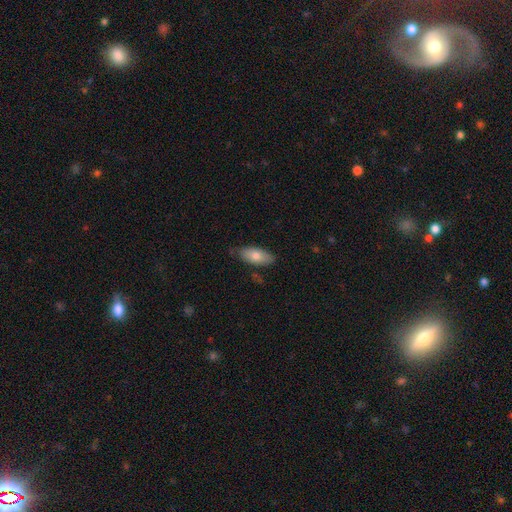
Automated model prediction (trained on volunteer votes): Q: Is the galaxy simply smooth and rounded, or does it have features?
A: smooth — 75%.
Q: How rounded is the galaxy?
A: in between — 85%.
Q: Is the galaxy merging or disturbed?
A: none — 78%.